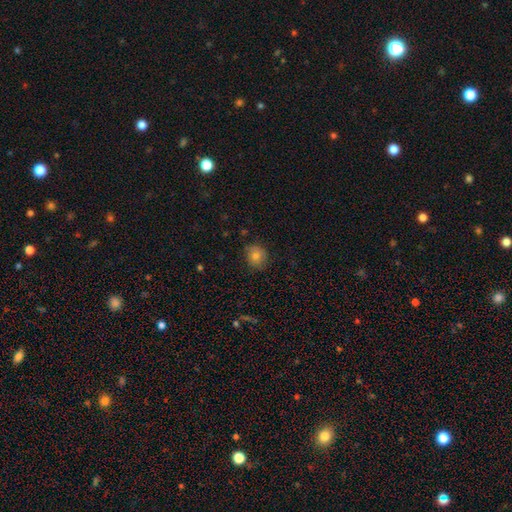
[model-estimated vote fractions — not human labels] smooth-or-featured: smooth: 78% | star or artifact: 12% | featured or disk: 10%
  how-rounded: round: 82% | in between: 17% | cigar-shaped: 1%
  merging: none: 83% | minor disturbance: 13% | major disturbance: 3% | merger: 1%